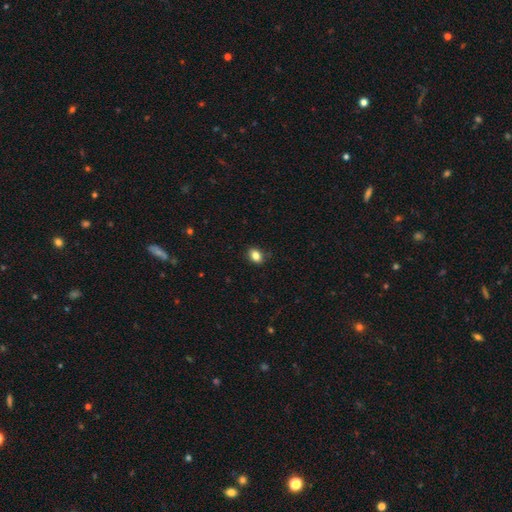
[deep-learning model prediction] Q: Smooth or featured?
A: smooth (84%); runner-up: star or artifact (10%)
Q: How rounded?
A: in between (68%); runner-up: round (30%)
Q: Merging?
A: none (84%); runner-up: minor disturbance (12%)